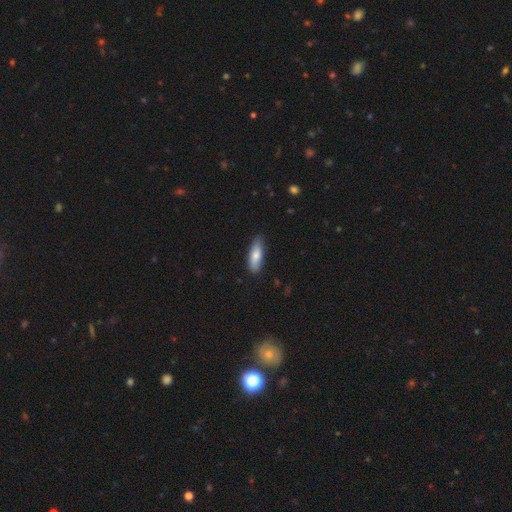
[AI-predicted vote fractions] This is likely a smooth galaxy (76%). How rounded: possibly in between (56%). Merging: clearly none (82%).